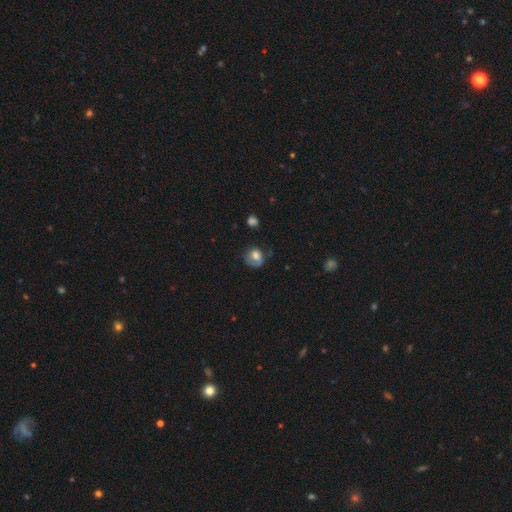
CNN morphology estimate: The model was most divided on "merging": none: 48%, minor disturbance: 29%, major disturbance: 20%, merger: 3%. More confident: smooth or featured — smooth (68%); how rounded — round (64%).